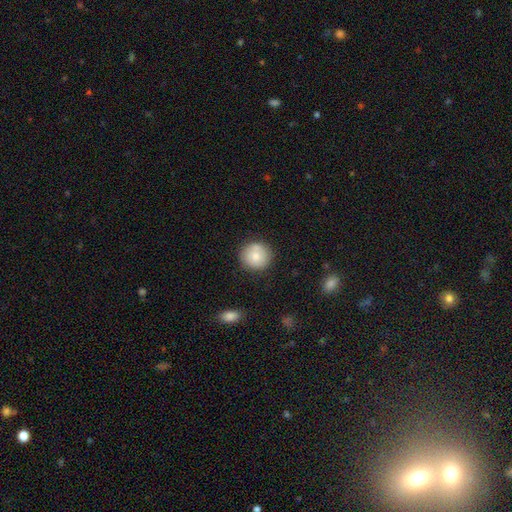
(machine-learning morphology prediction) Smooth or featured? smooth (80%)
How rounded? round (93%)
Merging? none (84%)